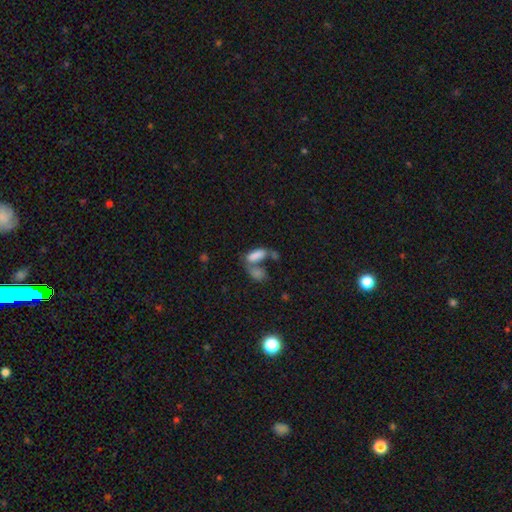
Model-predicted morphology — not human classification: Smooth or featured? Predicted: smooth (p=0.80). How rounded? Predicted: in between (p=0.83). Merging? Predicted: merger (p=0.55).